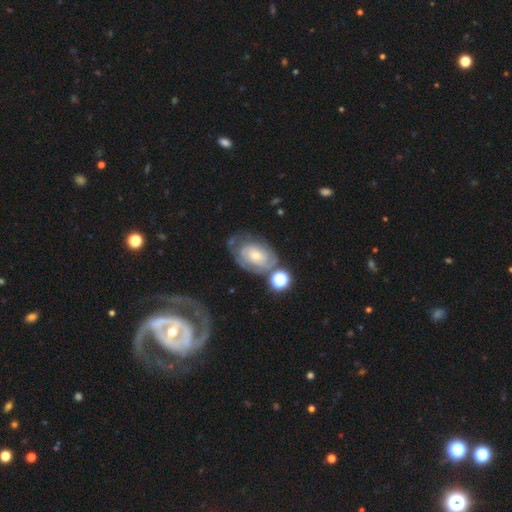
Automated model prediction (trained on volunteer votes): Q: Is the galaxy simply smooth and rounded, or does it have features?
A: featured or disk — 70%.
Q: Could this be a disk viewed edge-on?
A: no — 96%.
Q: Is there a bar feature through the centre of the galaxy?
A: no — 76%.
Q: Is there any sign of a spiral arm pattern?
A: yes — 84%.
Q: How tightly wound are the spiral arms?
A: tight — 69%.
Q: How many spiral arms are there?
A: can't tell — 54%.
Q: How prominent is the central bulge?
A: small — 62%.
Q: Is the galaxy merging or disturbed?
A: none — 52%.